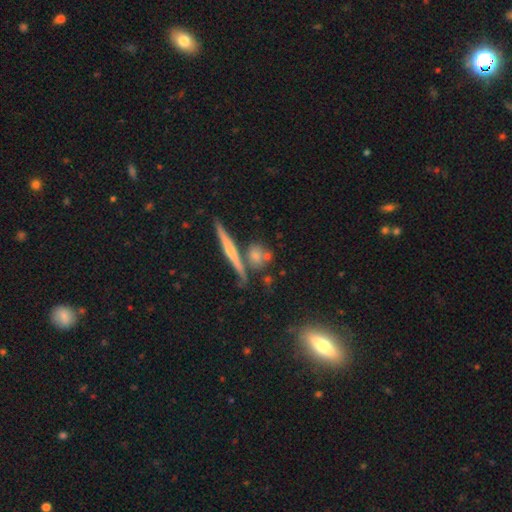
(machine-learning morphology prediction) A smooth galaxy with no disk features (59%) that is round (47%).

Vote fractions:
- Smooth or featured? smooth: 59% / featured or disk: 32% / star or artifact: 10%
- How rounded? round: 47% / cigar-shaped: 32% / in between: 21%
- Merging? none: 65% / merger: 18% / minor disturbance: 13% / major disturbance: 4%